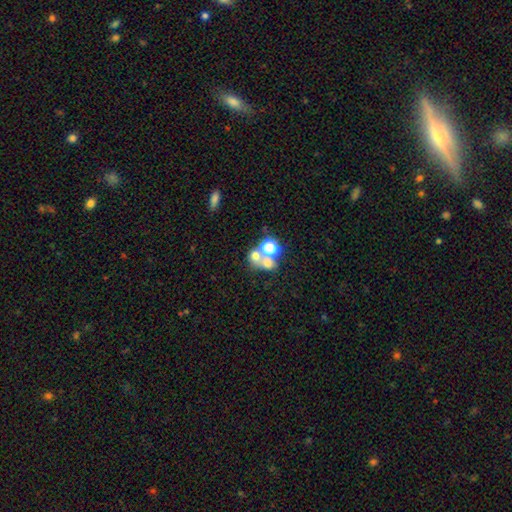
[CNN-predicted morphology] The model was most divided on "merging": merger: 51%, none: 36%, minor disturbance: 7%, major disturbance: 6%. More confident: how rounded — round (74%); smooth or featured — smooth (58%).